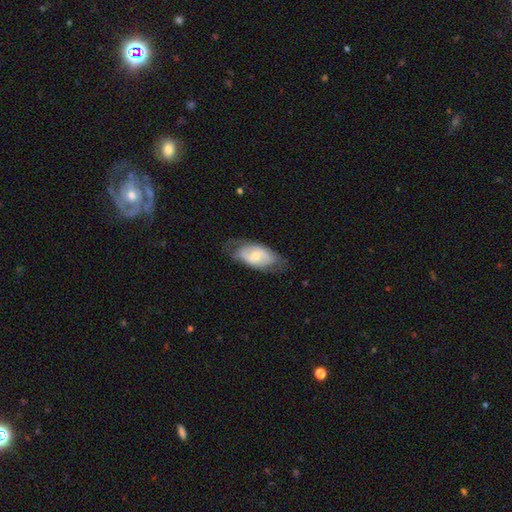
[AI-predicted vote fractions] A featured or disk galaxy (51%). Merging: none (67%).